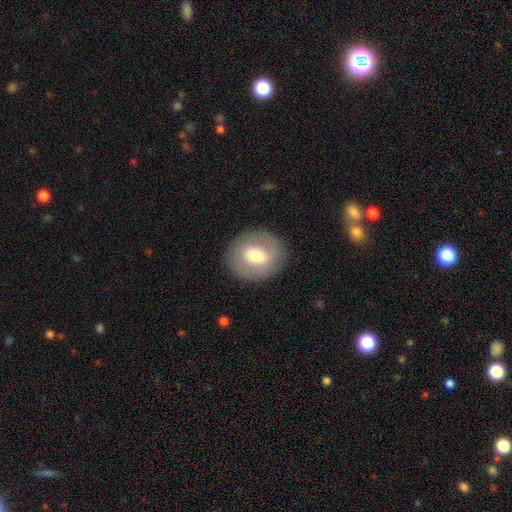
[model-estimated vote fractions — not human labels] smooth 50%, featured or disk 43%, star or artifact 7%. Down the decision tree: how rounded — round (65%); merging — none (86%).